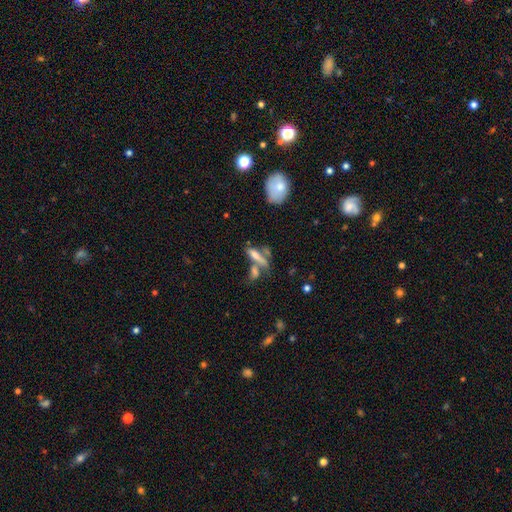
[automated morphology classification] type=smooth (55%); roundness=cigar-shaped (62%); merging=none (41%).